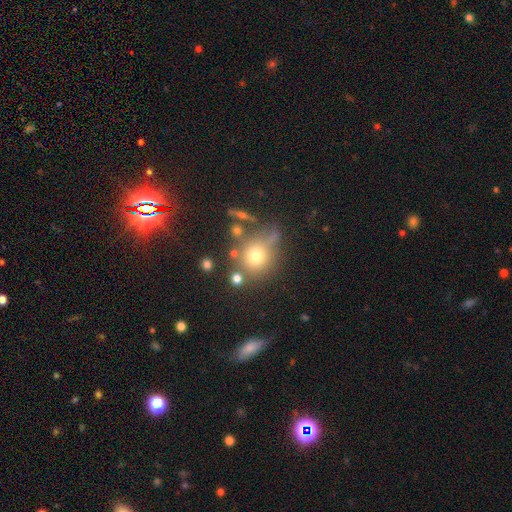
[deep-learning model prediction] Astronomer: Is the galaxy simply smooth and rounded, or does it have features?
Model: smooth — 68%.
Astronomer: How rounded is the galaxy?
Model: round — 84%.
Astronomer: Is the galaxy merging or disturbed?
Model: none — 60%.